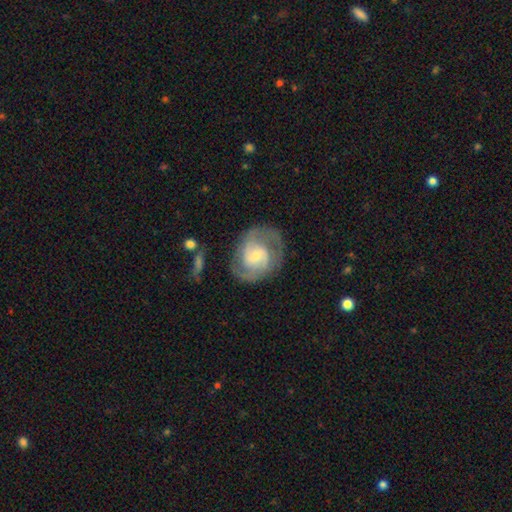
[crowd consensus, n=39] A featured or disk galaxy (77%) with no bar (53%), 2 (86%) medium (46%) spiral arms (93%) and a small central bulge (77%). Merging: none (64%).